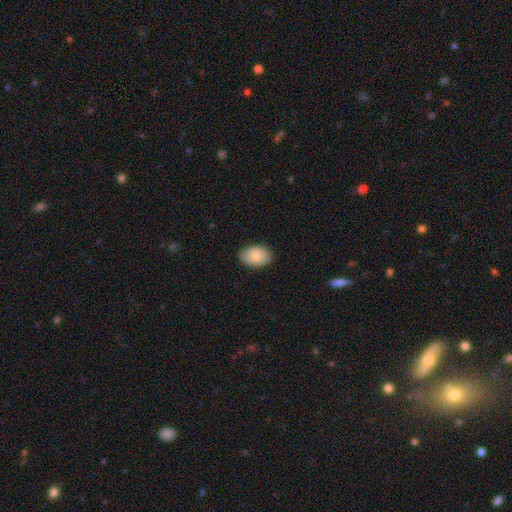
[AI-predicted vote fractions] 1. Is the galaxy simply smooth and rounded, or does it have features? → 84% smooth, 10% featured or disk, 6% star or artifact.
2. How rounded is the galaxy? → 88% in between, 11% round, 1% cigar-shaped.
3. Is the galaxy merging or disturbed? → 85% none, 12% minor disturbance, 2% major disturbance, 1% merger.